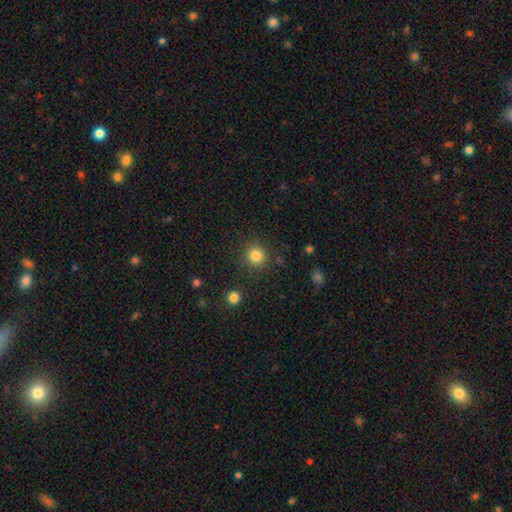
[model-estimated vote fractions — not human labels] Smooth or featured?
  - smooth: 83% *
  - star or artifact: 12%
  - featured or disk: 5%
How rounded?
  - round: 92% *
  - in between: 7%
  - cigar-shaped: 1%
Merging?
  - none: 87% *
  - minor disturbance: 7%
  - major disturbance: 3%
  - merger: 2%